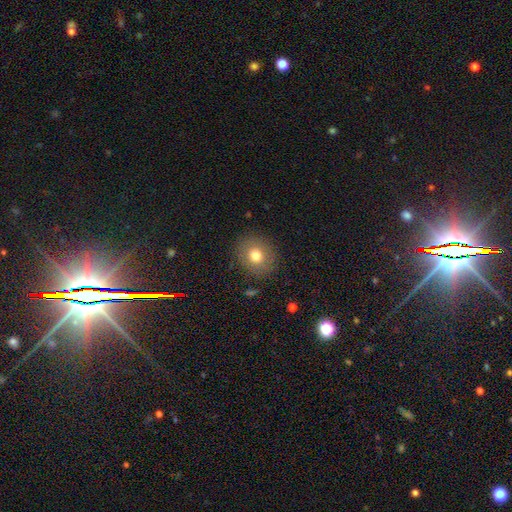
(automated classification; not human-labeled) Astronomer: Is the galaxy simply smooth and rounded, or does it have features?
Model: smooth — 76%.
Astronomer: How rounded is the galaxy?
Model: round — 78%.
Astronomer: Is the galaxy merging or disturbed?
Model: none — 87%.